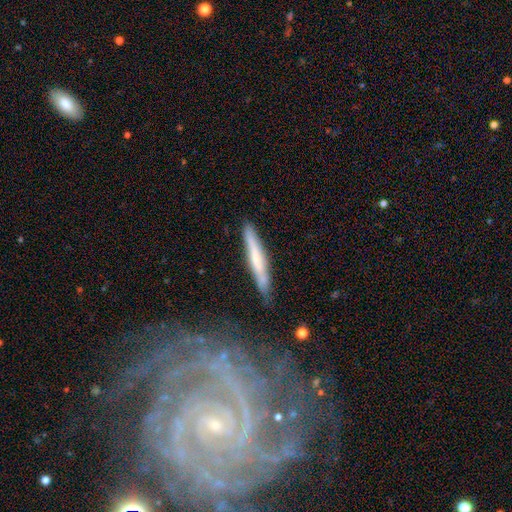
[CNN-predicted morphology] A smooth galaxy with no disk features (53%) that is cigar-shaped (95%).

Vote fractions:
- Smooth or featured? smooth: 53% / featured or disk: 41% / star or artifact: 6%
- How rounded? cigar-shaped: 95% / in between: 3% / round: 1%
- Merging? none: 83% / minor disturbance: 12% / major disturbance: 2% / merger: 2%